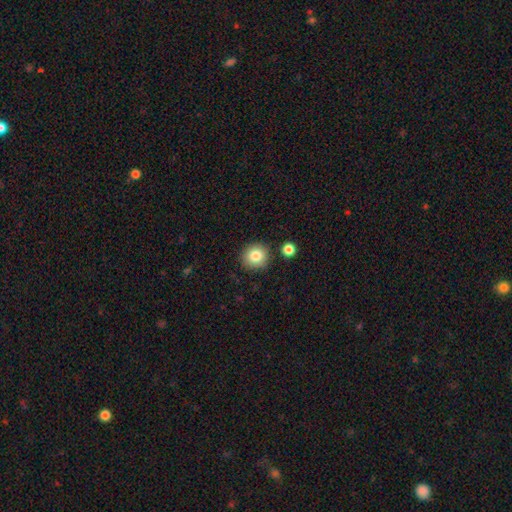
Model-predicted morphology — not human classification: A smooth galaxy with no disk features (83%) that is round (91%). Merging: none (86%).